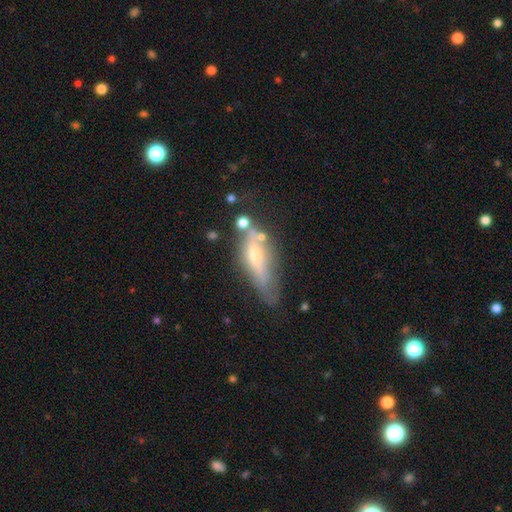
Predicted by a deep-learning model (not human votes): smooth_or_featured: featured or disk (p=0.54) [alt: smooth p=0.36]
disk_edge_on: yes (p=0.63) [alt: no p=0.37]
merging: none (p=0.48) [alt: minor disturbance p=0.26]